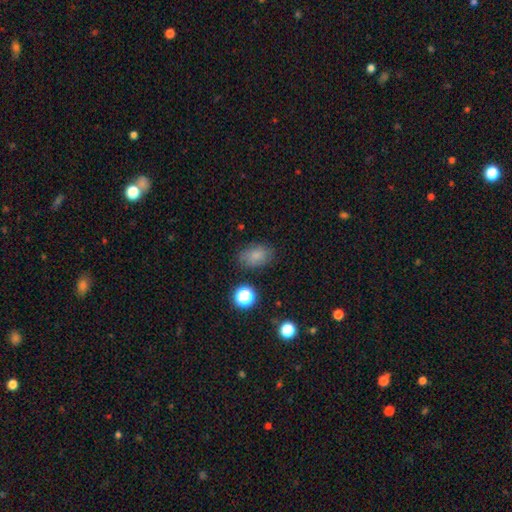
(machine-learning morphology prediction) smooth_or_featured: smooth (p=0.78) [alt: star or artifact p=0.13]
how_rounded: in between (p=0.79) [alt: round p=0.20]
merging: none (p=0.77) [alt: minor disturbance p=0.16]